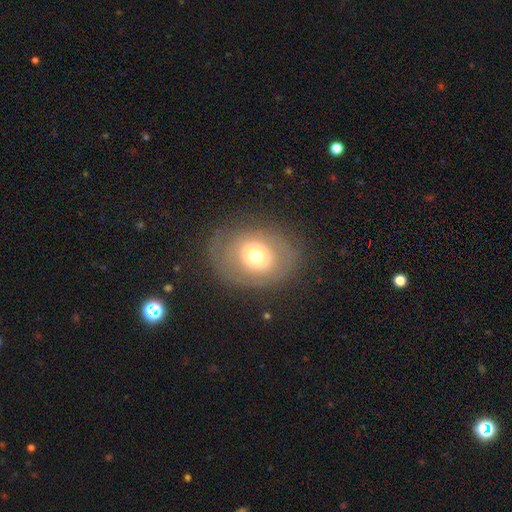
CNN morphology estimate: type=smooth (53%); roundness=in between (55%); merging=none (75%).